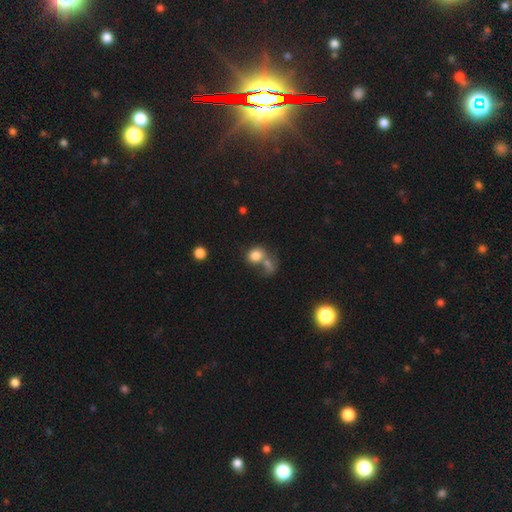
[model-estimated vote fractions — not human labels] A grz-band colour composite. It shows a smooth galaxy with no disk features (79%) that is round (67%). Merging: merger (47%).